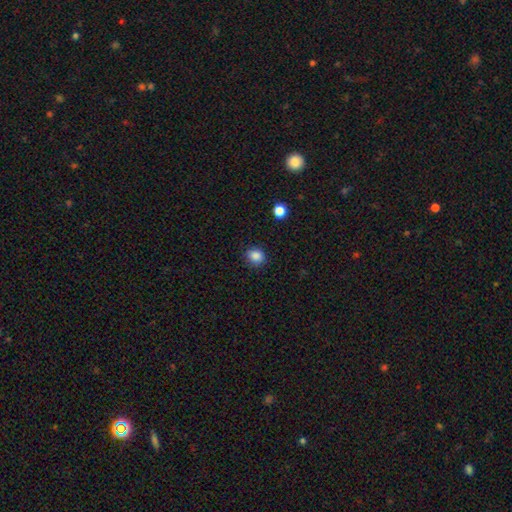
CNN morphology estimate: This appears to be a smooth galaxy with no disk features (86%) that is round (71%). Merging: none (85%).